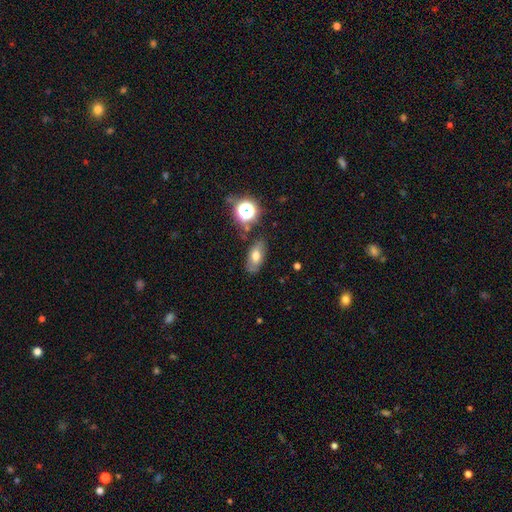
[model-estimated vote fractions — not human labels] Smooth or featured? Predicted: smooth (p=0.63). How rounded? Predicted: in between (p=0.86). Merging? Predicted: none (p=0.73).